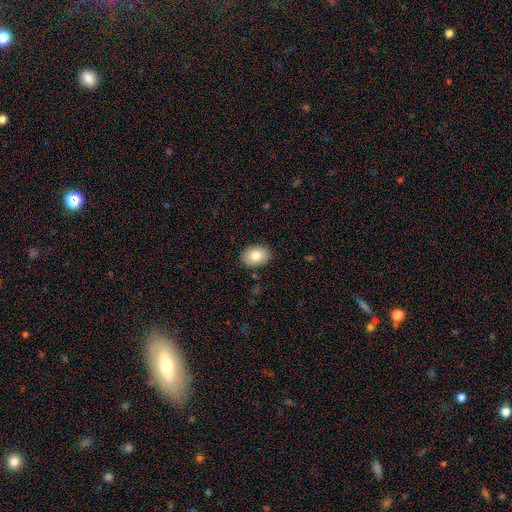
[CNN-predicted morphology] Overall: smooth (81%). How rounded: in between (77%). Merging: none (88%).